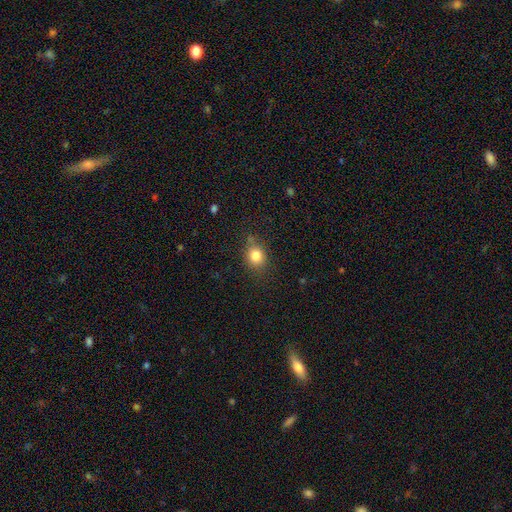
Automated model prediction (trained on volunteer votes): A smooth galaxy with no disk features (82%) that is round (68%).

Vote fractions:
- Smooth or featured? smooth: 82% / star or artifact: 11% / featured or disk: 7%
- How rounded? round: 68% / in between: 31% / cigar-shaped: 1%
- Merging? none: 77% / minor disturbance: 15% / major disturbance: 4% / merger: 3%